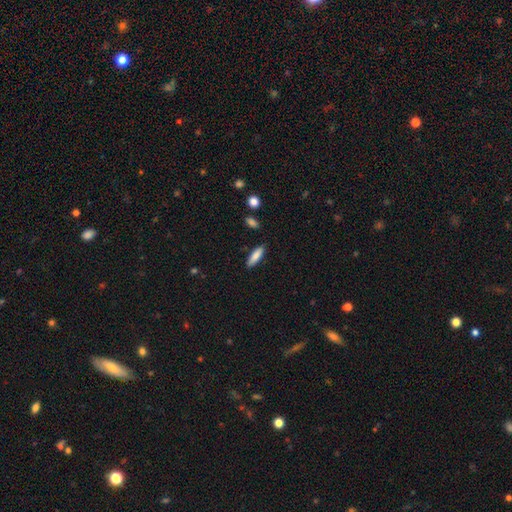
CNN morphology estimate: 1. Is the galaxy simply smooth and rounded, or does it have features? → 83% smooth, 11% featured or disk, 6% star or artifact.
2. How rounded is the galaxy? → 60% cigar-shaped, 38% in between, 2% round.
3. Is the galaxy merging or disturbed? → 87% none, 9% minor disturbance, 2% major disturbance, 2% merger.